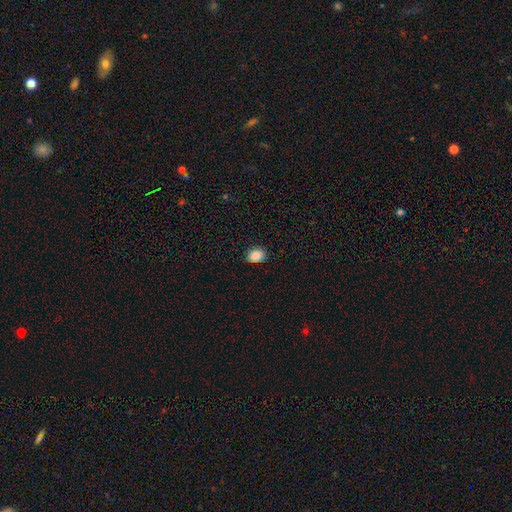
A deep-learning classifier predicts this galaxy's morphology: type=smooth (88%); roundness=in between (65%); merging=none (83%).